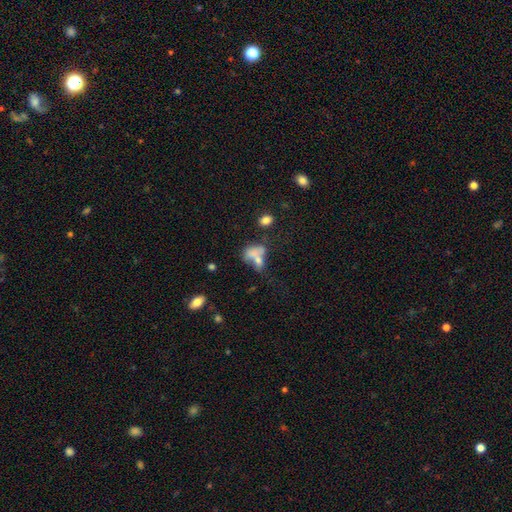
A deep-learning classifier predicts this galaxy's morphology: smooth 64%, featured or disk 24%, star or artifact 13%. Down the decision tree: how rounded — in between (76%); merging — merger (51%).